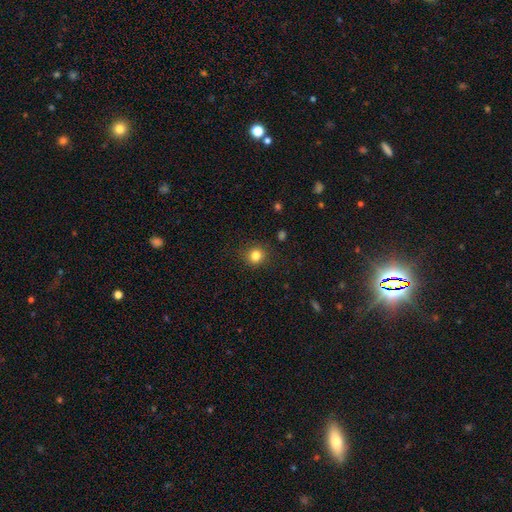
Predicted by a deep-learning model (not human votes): smooth-or-featured: smooth: 83% | star or artifact: 12% | featured or disk: 5%
  how-rounded: round: 89% | in between: 10% | cigar-shaped: 1%
  merging: none: 88% | minor disturbance: 8% | major disturbance: 3% | merger: 1%